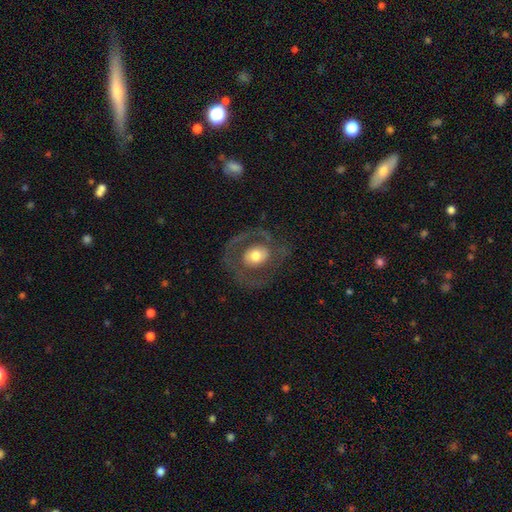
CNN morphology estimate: A featured or disk galaxy (62%) with no bar (71%), spiral arms (51%) and a moderate central bulge (60%). Merging: none (67%).